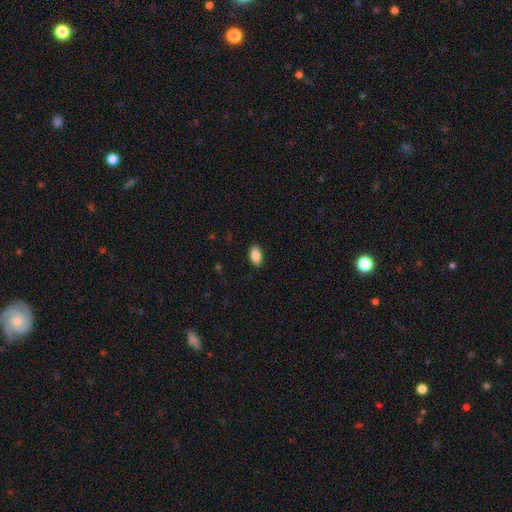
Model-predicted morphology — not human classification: smooth_or_featured: smooth (p=0.86) [alt: star or artifact p=0.07]
how_rounded: in between (p=0.92) [alt: round p=0.05]
merging: none (p=0.89) [alt: minor disturbance p=0.08]